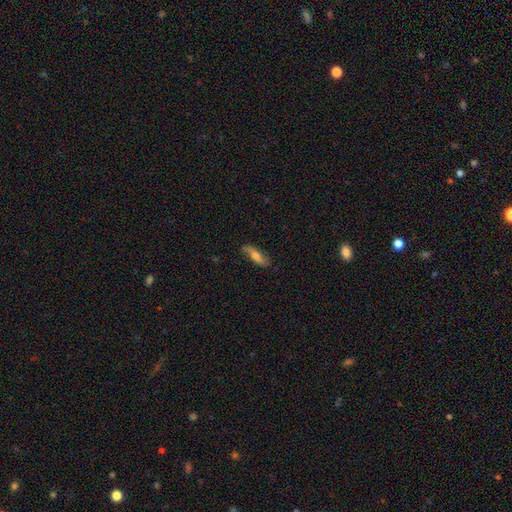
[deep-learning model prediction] smooth_or_featured: smooth (p=0.47) [alt: featured or disk p=0.46]
merging: none (p=0.76) [alt: minor disturbance p=0.19]